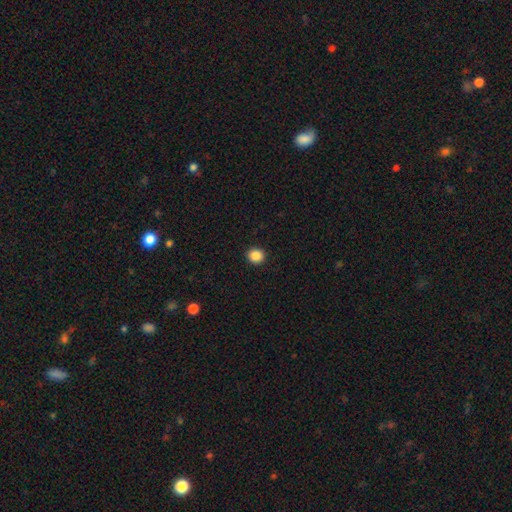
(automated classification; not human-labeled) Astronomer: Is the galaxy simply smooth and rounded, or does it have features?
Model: smooth — 88%.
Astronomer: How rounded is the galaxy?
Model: round — 89%.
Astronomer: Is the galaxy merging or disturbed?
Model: none — 93%.